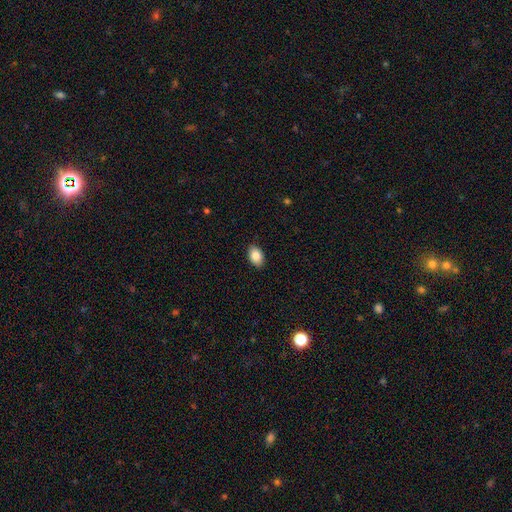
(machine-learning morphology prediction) Q: Smooth or featured?
A: smooth (86%); runner-up: star or artifact (8%)
Q: How rounded?
A: in between (86%); runner-up: round (12%)
Q: Merging?
A: none (89%); runner-up: minor disturbance (9%)